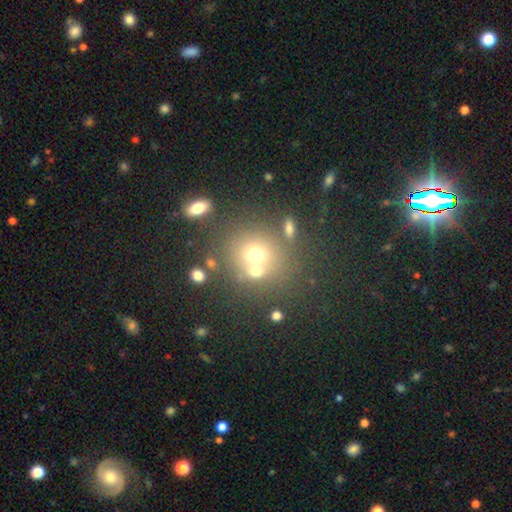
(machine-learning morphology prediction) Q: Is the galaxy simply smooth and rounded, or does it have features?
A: smooth — 64%.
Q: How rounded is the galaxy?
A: round — 82%.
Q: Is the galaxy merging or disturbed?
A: none — 54%.